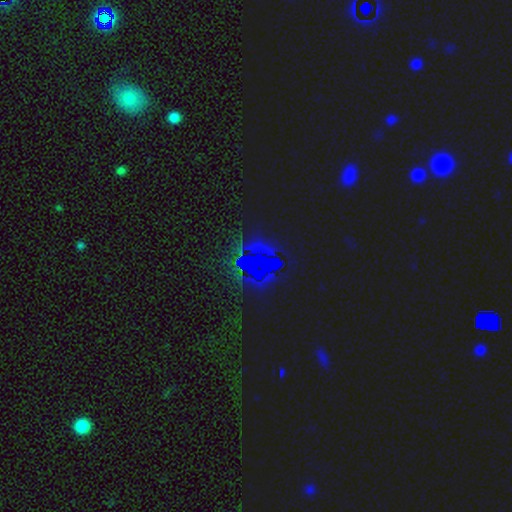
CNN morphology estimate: star or artifact 77%, smooth 14%, featured or disk 9%.